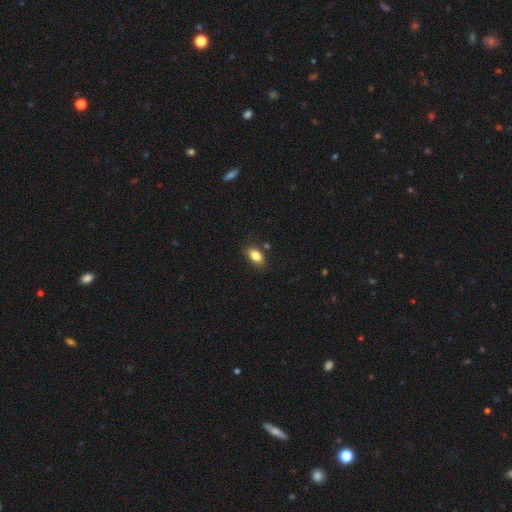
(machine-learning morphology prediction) This is clearly a smooth galaxy (84%). How rounded: clearly in between (88%). Merging: clearly none (82%).